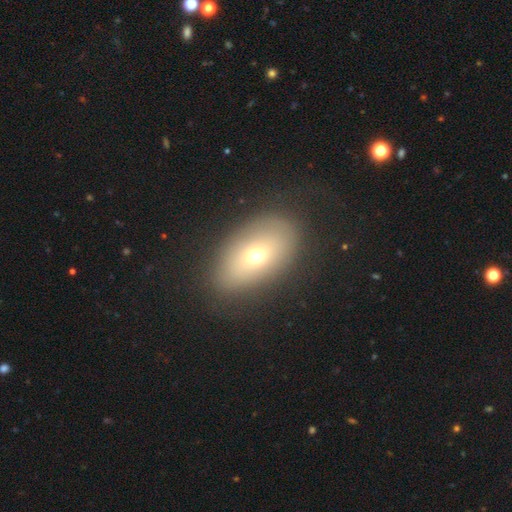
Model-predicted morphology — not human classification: A smooth galaxy with no disk features (63%) that is in between round and cigar-shaped (85%).

Vote fractions:
- Smooth or featured? smooth: 63% / featured or disk: 26% / star or artifact: 12%
- How rounded? in between: 85% / round: 13% / cigar-shaped: 2%
- Merging? none: 81% / minor disturbance: 12% / major disturbance: 6% / merger: 1%